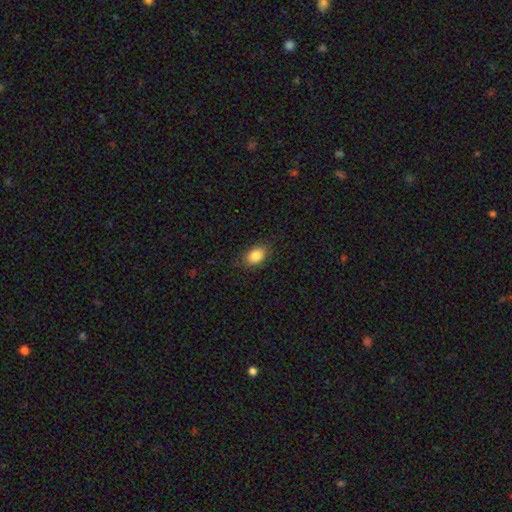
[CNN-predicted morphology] Q: Smooth or featured?
A: smooth (85%); runner-up: star or artifact (8%)
Q: How rounded?
A: in between (79%); runner-up: round (20%)
Q: Merging?
A: none (83%); runner-up: minor disturbance (12%)